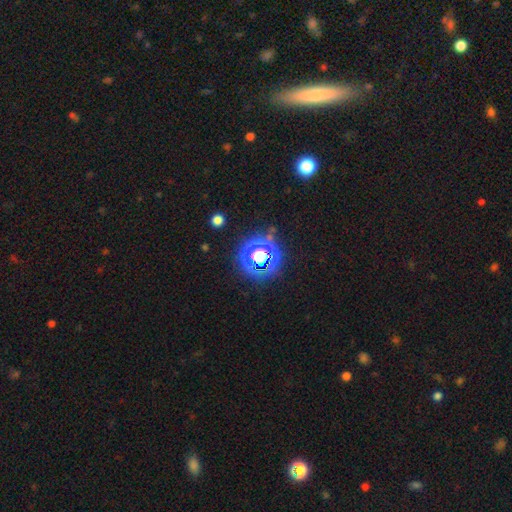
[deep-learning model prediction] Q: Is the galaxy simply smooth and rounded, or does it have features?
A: star or artifact — 64%.